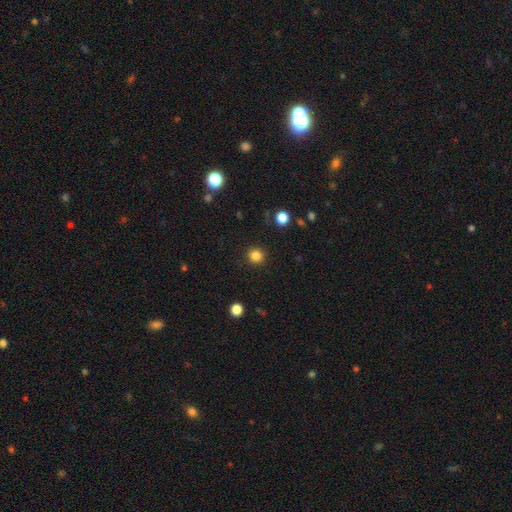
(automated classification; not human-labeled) Smooth or featured? smooth (84%)
How rounded? round (93%)
Merging? none (92%)